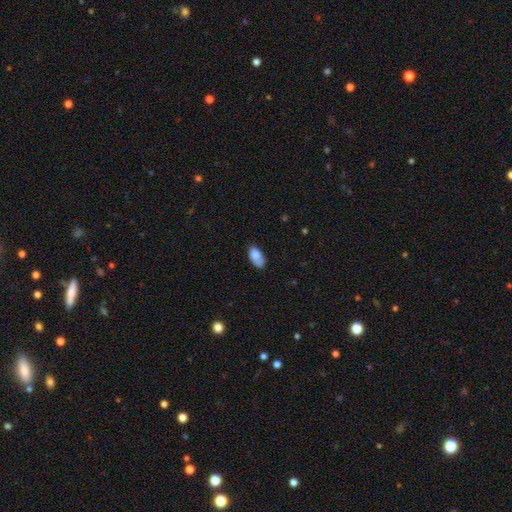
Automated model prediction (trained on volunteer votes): A smooth galaxy with no disk features (80%) that is in between round and cigar-shaped (93%). Merging: none (62%).